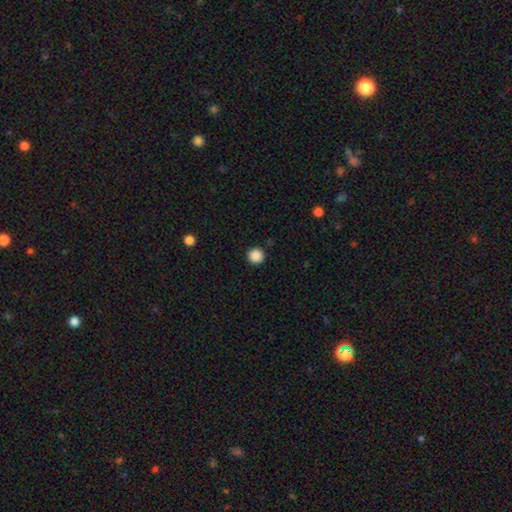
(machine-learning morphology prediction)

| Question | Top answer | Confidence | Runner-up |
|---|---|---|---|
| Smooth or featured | smooth | 88% | star or artifact (10%) |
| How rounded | round | 96% | in between (4%) |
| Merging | none | 92% | minor disturbance (5%) |